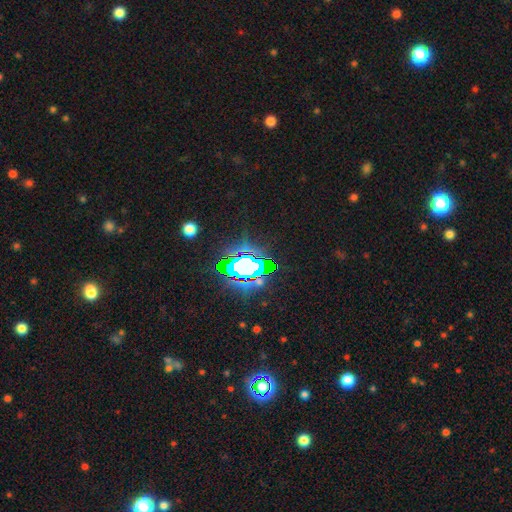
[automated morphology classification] This is likely a star or artifact rather than a galaxy (68%).